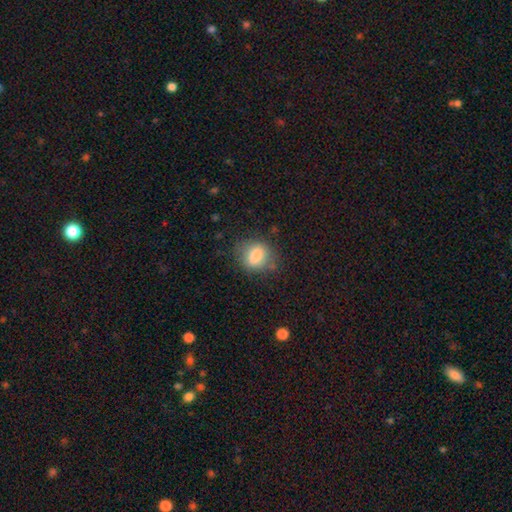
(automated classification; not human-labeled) Overall: smooth (81%). How rounded: round (51%; in between 48%). Merging: none (70%).